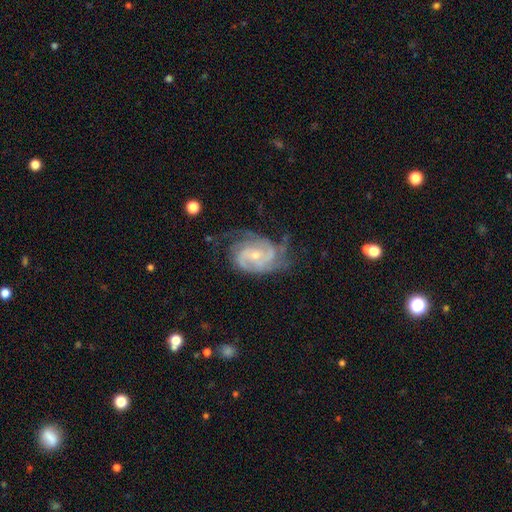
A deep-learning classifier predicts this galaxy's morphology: The model was most divided on "spiral arm count": 2: 36%, 3: 31%, can't tell: 15%, 4: 8%, 1: 5%, more than 4: 5%. More confident: edge-on disk — no (98%); spiral arms — yes (98%); smooth or featured — featured or disk (90%); bulge size — small (67%); merging — none (60%); bar — no (58%); spiral winding — tight (51%).